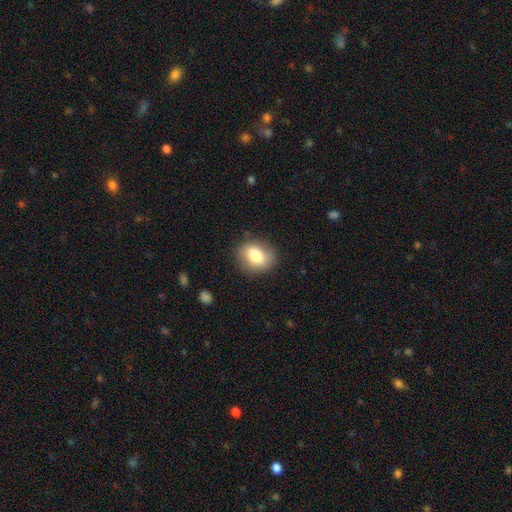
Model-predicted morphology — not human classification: A smooth galaxy with no disk features (79%) that is in between round and cigar-shaped (52%). Merging: none (83%).